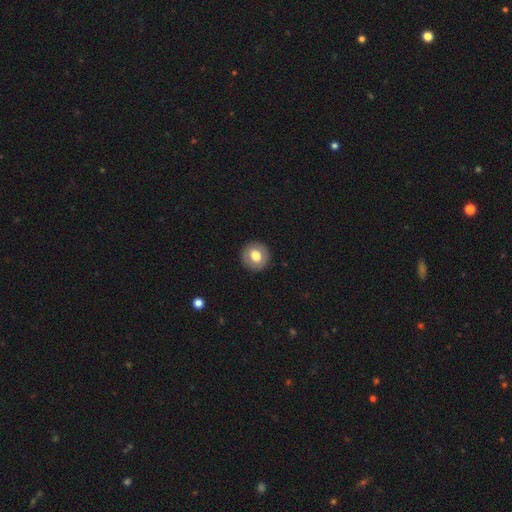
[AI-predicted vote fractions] Morphology: type=smooth (73%); roundness=round (90%); merging=none (91%).